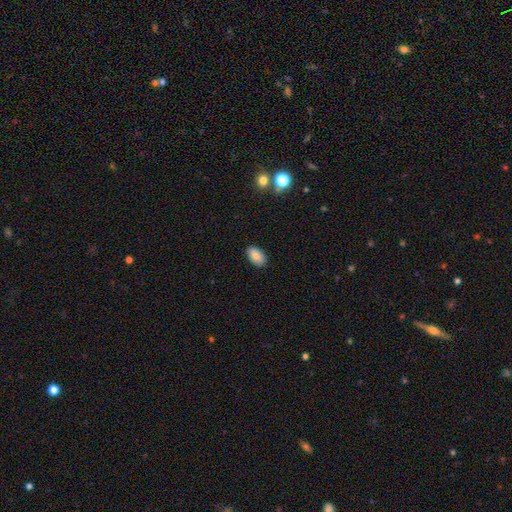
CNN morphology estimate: smooth_or_featured: smooth (p=0.84) [alt: star or artifact p=0.08]
how_rounded: in between (p=0.93) [alt: round p=0.05]
merging: none (p=0.88) [alt: minor disturbance p=0.09]